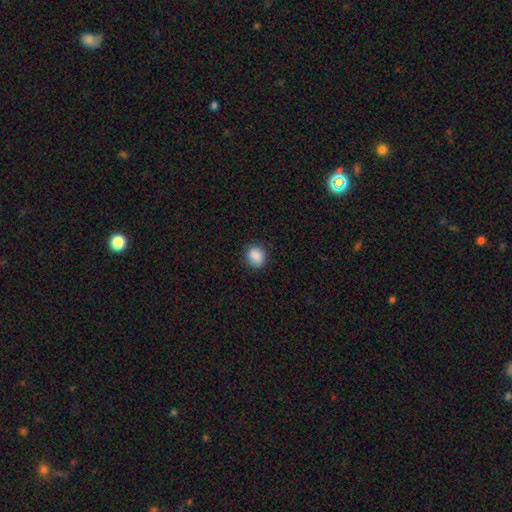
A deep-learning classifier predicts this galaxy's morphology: A smooth galaxy with no disk features (88%) that is round (67%).

Vote fractions:
- Smooth or featured? smooth: 88% / star or artifact: 8% / featured or disk: 3%
- How rounded? round: 67% / in between: 32% / cigar-shaped: 1%
- Merging? none: 85% / minor disturbance: 11% / major disturbance: 3% / merger: 1%